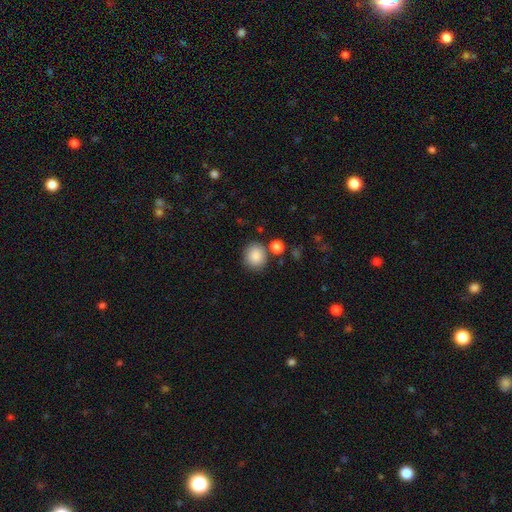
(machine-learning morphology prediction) smooth-or-featured: smooth: 87% | star or artifact: 8% | featured or disk: 4%
  how-rounded: round: 81% | in between: 18% | cigar-shaped: 1%
  merging: none: 78% | minor disturbance: 11% | merger: 8% | major disturbance: 3%